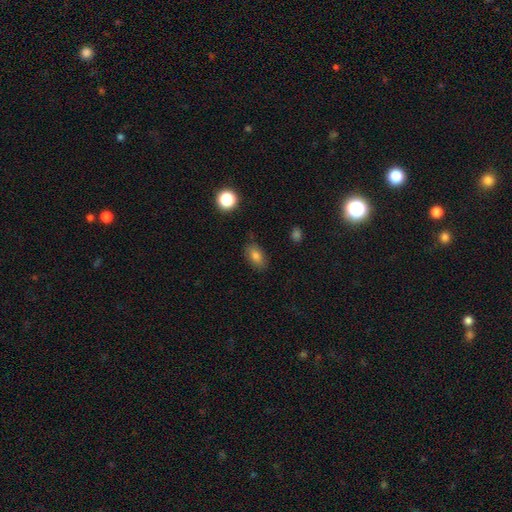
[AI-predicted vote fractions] smooth_or_featured: smooth (p=0.80) [alt: featured or disk p=0.10]
how_rounded: in between (p=0.88) [alt: round p=0.09]
merging: none (p=0.81) [alt: minor disturbance p=0.13]